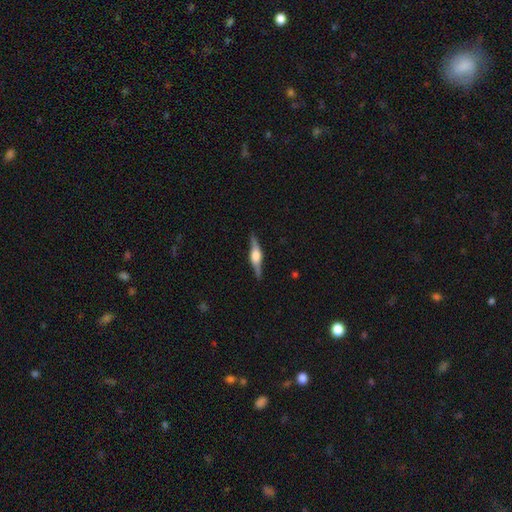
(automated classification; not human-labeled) A featured or disk galaxy (80%) viewed edge-on (98%) with a rounded central bulge (88%). Merging: none (89%).